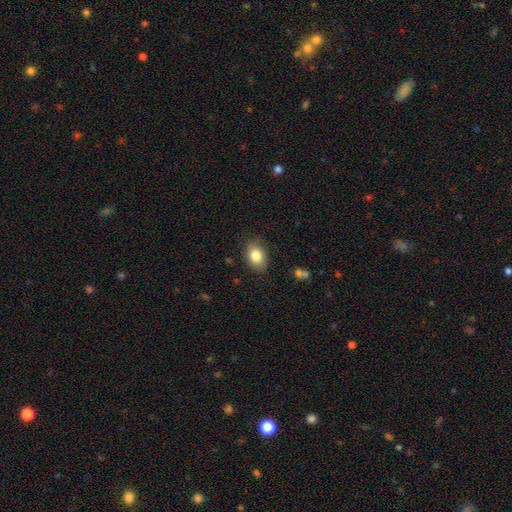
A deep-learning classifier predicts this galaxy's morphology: Smooth or featured? smooth (83%)
How rounded? in between (71%)
Merging? none (82%)